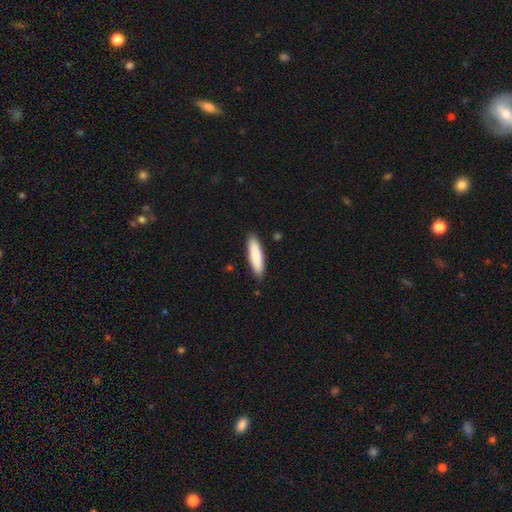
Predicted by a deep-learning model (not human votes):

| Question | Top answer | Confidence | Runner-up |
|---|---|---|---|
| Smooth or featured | smooth | 86% | featured or disk (9%) |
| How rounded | cigar-shaped | 73% | in between (26%) |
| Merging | none | 88% | minor disturbance (9%) |